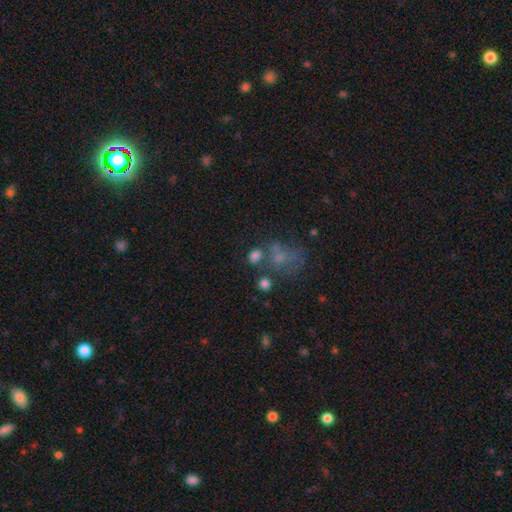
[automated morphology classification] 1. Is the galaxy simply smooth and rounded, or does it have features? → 68% smooth, 18% star or artifact, 15% featured or disk.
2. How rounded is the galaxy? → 57% in between, 42% round, 1% cigar-shaped.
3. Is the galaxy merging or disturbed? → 47% none, 24% merger, 15% minor disturbance, 14% major disturbance.